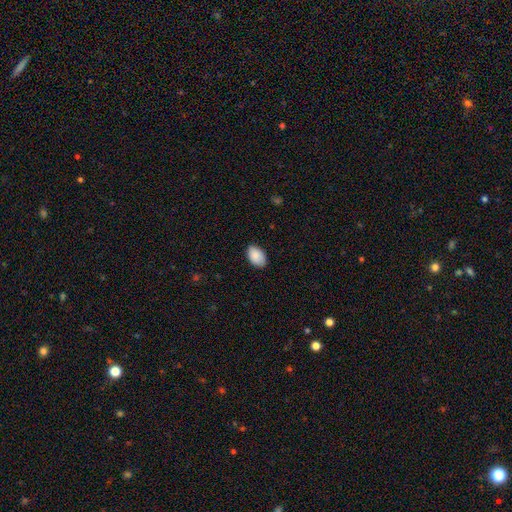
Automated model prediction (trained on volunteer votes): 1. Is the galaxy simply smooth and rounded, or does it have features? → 89% smooth, 6% star or artifact, 5% featured or disk.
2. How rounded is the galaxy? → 90% in between, 9% round, 1% cigar-shaped.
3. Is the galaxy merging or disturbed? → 85% none, 12% minor disturbance, 2% major disturbance, 1% merger.